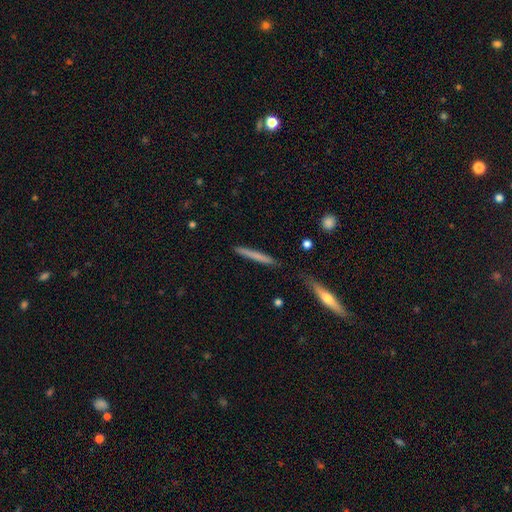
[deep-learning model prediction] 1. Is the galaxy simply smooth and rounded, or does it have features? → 62% smooth, 32% featured or disk, 6% star or artifact.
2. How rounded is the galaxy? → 96% cigar-shaped, 3% in between, 1% round.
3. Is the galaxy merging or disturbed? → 84% none, 12% minor disturbance, 2% major disturbance, 2% merger.